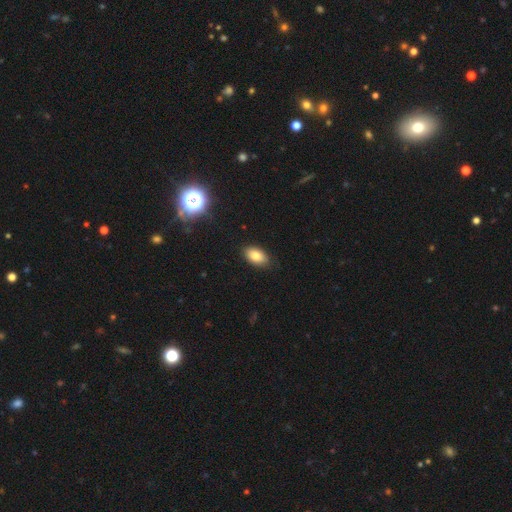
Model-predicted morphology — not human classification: Smooth or featured? smooth (81%)
How rounded? in between (92%)
Merging? none (87%)